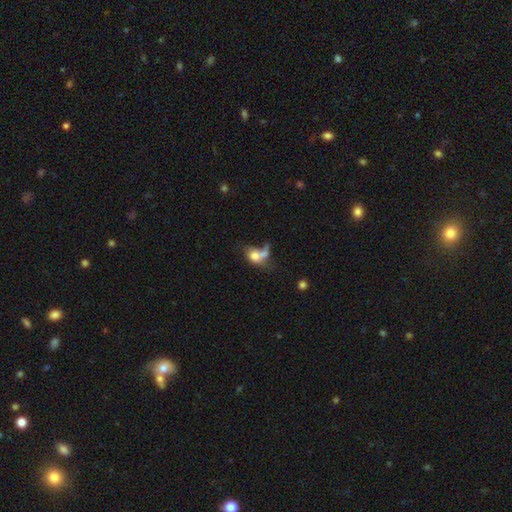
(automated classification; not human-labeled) Smooth or featured? Predicted: smooth (p=0.64). How rounded? Predicted: in between (p=0.63). Merging? Predicted: merger (p=0.43).